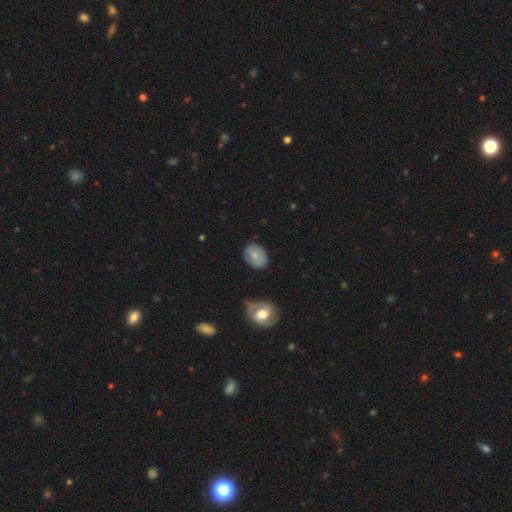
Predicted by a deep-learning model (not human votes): This appears to be a smooth galaxy with no disk features (72%) that is in between round and cigar-shaped (64%). Merging: none (73%).